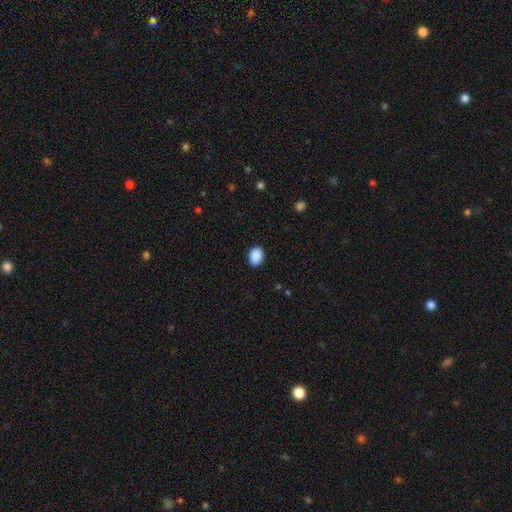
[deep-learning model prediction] A smooth galaxy with no disk features (90%) that is in between round and cigar-shaped (69%).

Vote fractions:
- Smooth or featured? smooth: 90% / star or artifact: 7% / featured or disk: 2%
- How rounded? in between: 69% / round: 30% / cigar-shaped: 1%
- Merging? none: 89% / minor disturbance: 8% / major disturbance: 2% / merger: 1%